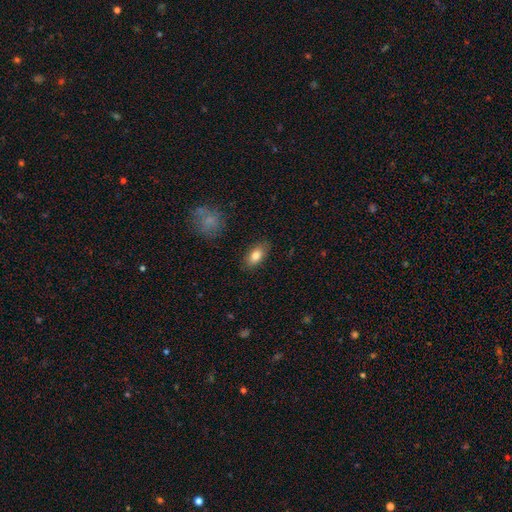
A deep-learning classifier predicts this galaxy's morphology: Smooth or featured?
  - smooth: 82% *
  - featured or disk: 11%
  - star or artifact: 7%
How rounded?
  - in between: 89% *
  - cigar-shaped: 6%
  - round: 5%
Merging?
  - none: 86% *
  - minor disturbance: 10%
  - major disturbance: 2%
  - merger: 1%